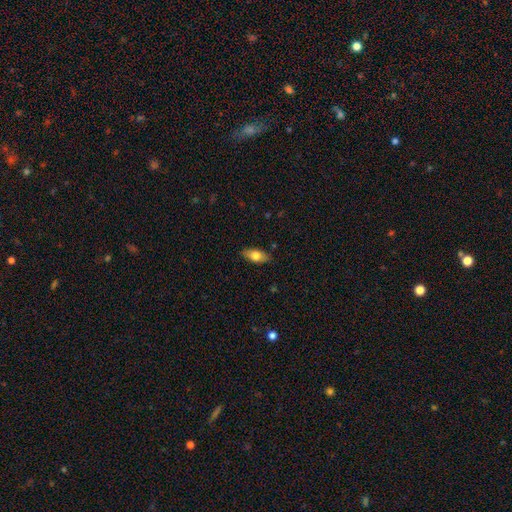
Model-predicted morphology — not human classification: Smooth or featured? Predicted: smooth (p=0.69). How rounded? Predicted: in between (p=0.83). Merging? Predicted: none (p=0.86).